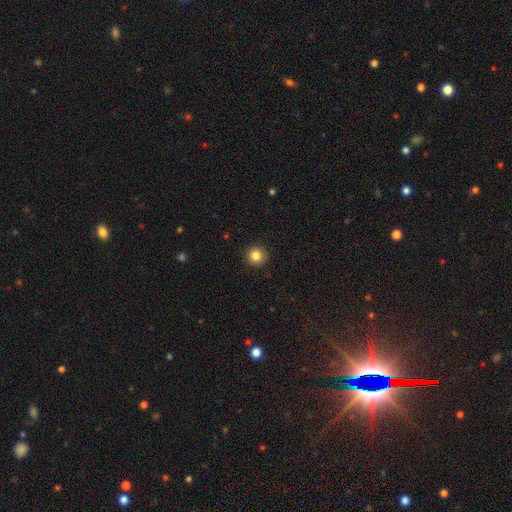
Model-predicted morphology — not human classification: Q: Smooth or featured?
A: smooth (85%); runner-up: star or artifact (10%)
Q: How rounded?
A: round (95%); runner-up: in between (4%)
Q: Merging?
A: none (92%); runner-up: minor disturbance (5%)